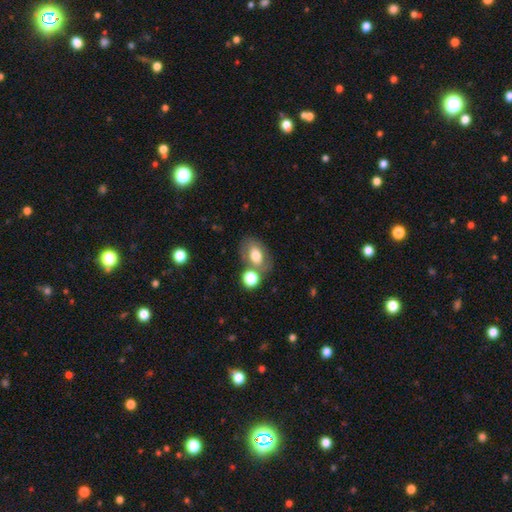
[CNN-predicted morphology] Overall: smooth (69%). How rounded: in between (81%). Merging: none (55%; merger 24%).